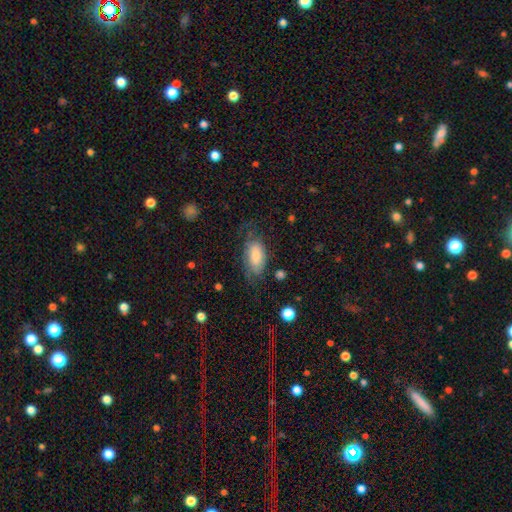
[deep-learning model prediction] Q: Smooth or featured?
A: smooth (72%); runner-up: featured or disk (22%)
Q: How rounded?
A: in between (92%); runner-up: cigar-shaped (5%)
Q: Merging?
A: none (57%); runner-up: minor disturbance (25%)